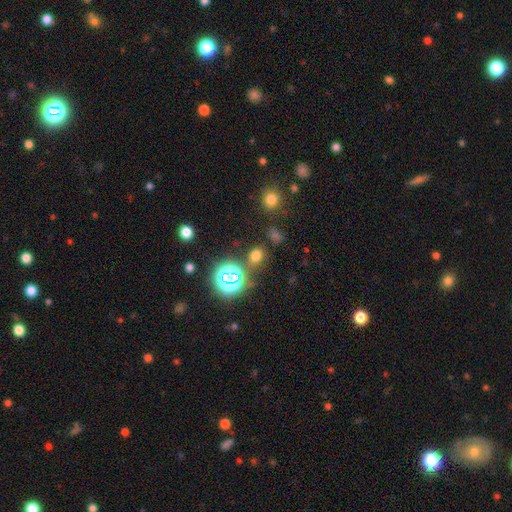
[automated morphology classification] Overall: smooth (61%; star or artifact 32%). How rounded: round (55%; in between 43%). Merging: none (77%).